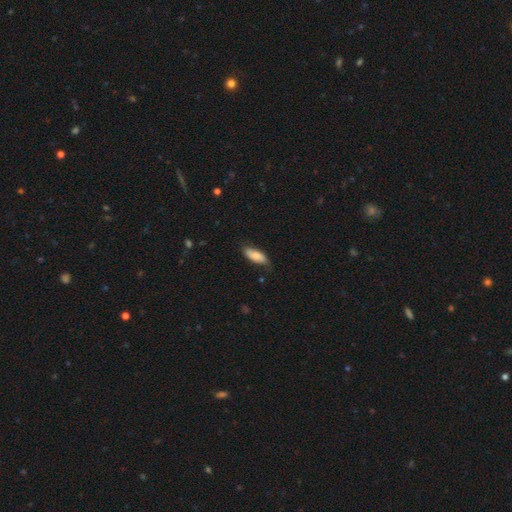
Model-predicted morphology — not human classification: Smooth or featured?
  - smooth: 82% *
  - featured or disk: 12%
  - star or artifact: 6%
How rounded?
  - in between: 78% *
  - cigar-shaped: 20%
  - round: 2%
Merging?
  - none: 70% *
  - minor disturbance: 25%
  - major disturbance: 4%
  - merger: 1%